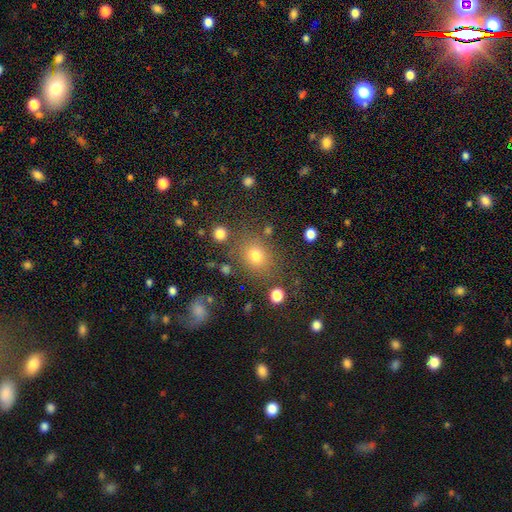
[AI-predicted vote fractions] Overall: smooth (70%). How rounded: round (67%; in between 31%). Merging: none (80%).